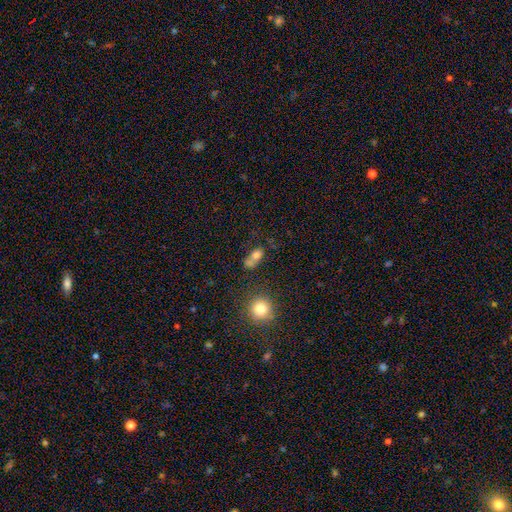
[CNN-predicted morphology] smooth-or-featured: smooth: 72% | featured or disk: 14% | star or artifact: 14%
  how-rounded: in between: 64% | round: 31% | cigar-shaped: 5%
  merging: merger: 37% | none: 36% | minor disturbance: 16% | major disturbance: 11%